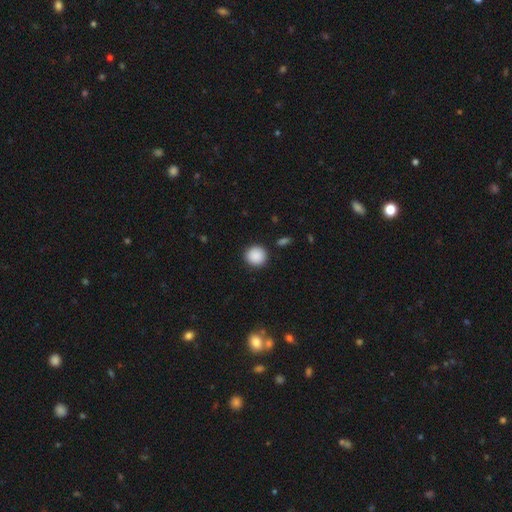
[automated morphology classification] Smooth or featured?
  - smooth: 89% *
  - star or artifact: 8%
  - featured or disk: 3%
How rounded?
  - round: 93% *
  - in between: 6%
  - cigar-shaped: 1%
Merging?
  - none: 90% *
  - minor disturbance: 6%
  - major disturbance: 2%
  - merger: 2%